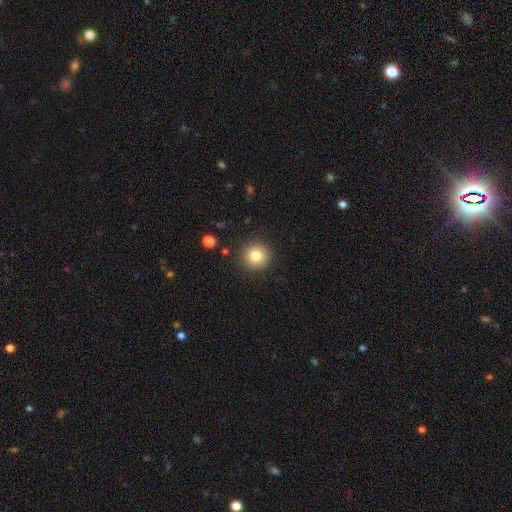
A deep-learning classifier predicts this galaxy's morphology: This appears to be a smooth galaxy with no disk features (81%) that is round (95%). Merging: none (90%).